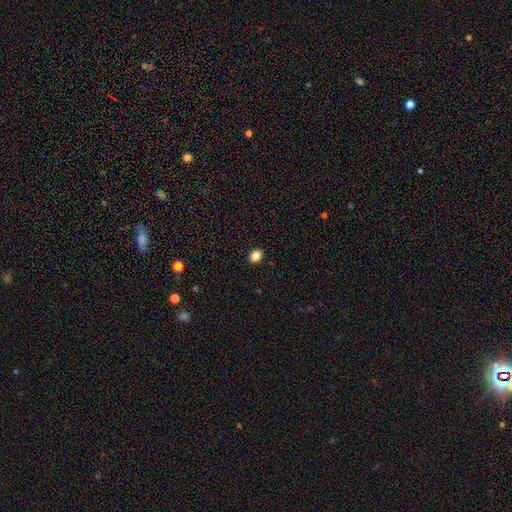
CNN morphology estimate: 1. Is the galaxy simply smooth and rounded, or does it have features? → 85% smooth, 11% star or artifact, 4% featured or disk.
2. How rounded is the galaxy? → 55% round, 44% in between, 1% cigar-shaped.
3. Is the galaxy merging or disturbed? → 91% none, 6% minor disturbance, 2% major disturbance, 1% merger.